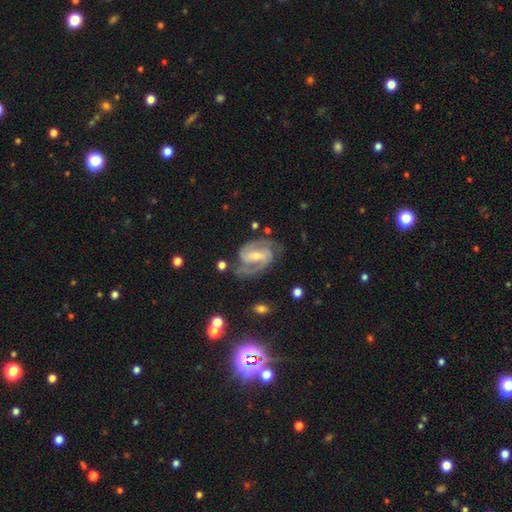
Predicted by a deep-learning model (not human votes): This appears to be a featured or disk galaxy (90%) with a strong bar (43%), 2 (85%) medium (52%) spiral arms (98%) and a small central bulge (58%). Merging: none (73%).